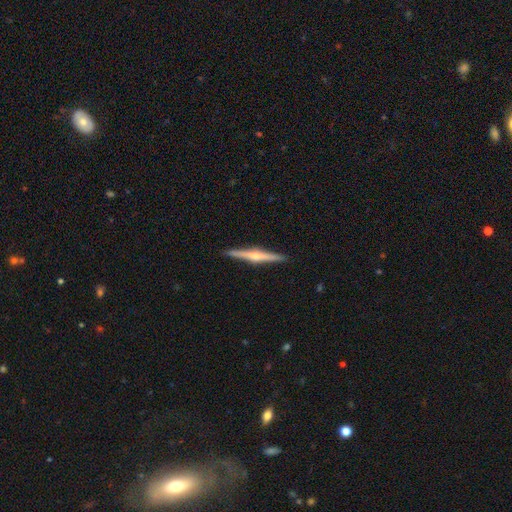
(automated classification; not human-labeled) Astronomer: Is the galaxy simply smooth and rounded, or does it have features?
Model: featured or disk — 75%.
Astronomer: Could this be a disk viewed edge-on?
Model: yes — 98%.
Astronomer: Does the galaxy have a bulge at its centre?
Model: rounded — 85%.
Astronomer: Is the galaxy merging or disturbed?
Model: none — 92%.